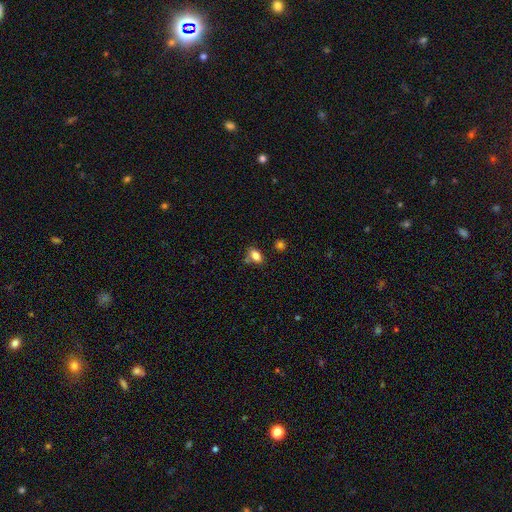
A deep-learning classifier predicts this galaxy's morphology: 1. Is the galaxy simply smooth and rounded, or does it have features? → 82% smooth, 10% star or artifact, 7% featured or disk.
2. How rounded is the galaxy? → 84% in between, 14% round, 2% cigar-shaped.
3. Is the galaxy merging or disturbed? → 67% none, 17% minor disturbance, 11% merger, 4% major disturbance.